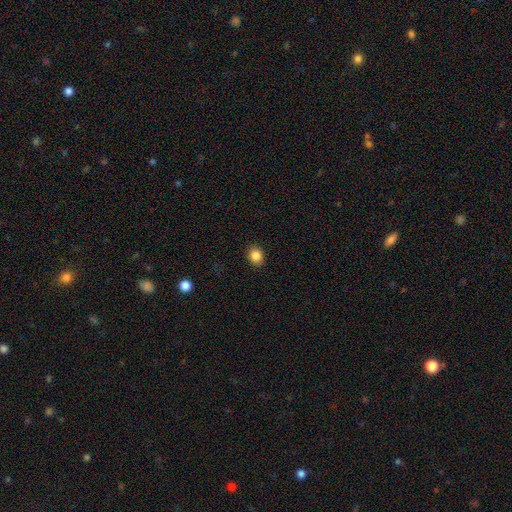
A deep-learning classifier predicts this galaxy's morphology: Smooth or featured?
  - smooth: 85% *
  - star or artifact: 10%
  - featured or disk: 5%
How rounded?
  - round: 61% *
  - in between: 38%
  - cigar-shaped: 1%
Merging?
  - none: 89% *
  - minor disturbance: 8%
  - major disturbance: 2%
  - merger: 1%